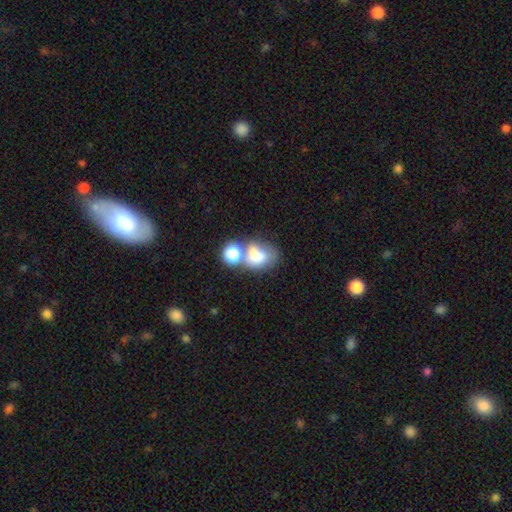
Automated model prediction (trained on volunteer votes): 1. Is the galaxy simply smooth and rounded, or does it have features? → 69% smooth, 18% featured or disk, 13% star or artifact.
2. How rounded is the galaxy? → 66% in between, 32% round, 1% cigar-shaped.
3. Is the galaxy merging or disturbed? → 49% merger, 25% none, 13% major disturbance, 13% minor disturbance.